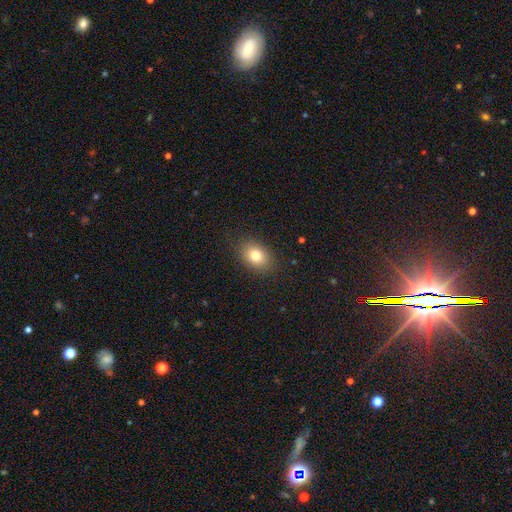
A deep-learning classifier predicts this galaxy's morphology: A smooth galaxy with no disk features (79%) that is in between round and cigar-shaped (71%).

Vote fractions:
- Smooth or featured? smooth: 79% / star or artifact: 11% / featured or disk: 10%
- How rounded? in between: 71% / round: 28% / cigar-shaped: 1%
- Merging? none: 87% / minor disturbance: 9% / major disturbance: 3% / merger: 1%